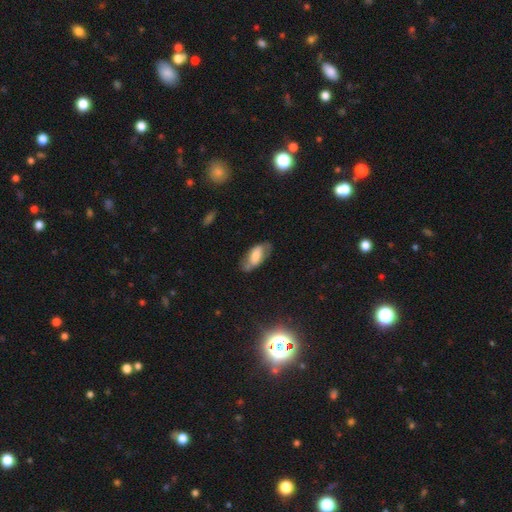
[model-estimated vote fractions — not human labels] smooth 59%, featured or disk 33%, star or artifact 8%. Down the decision tree: how rounded — in between (86%); merging — none (61%).